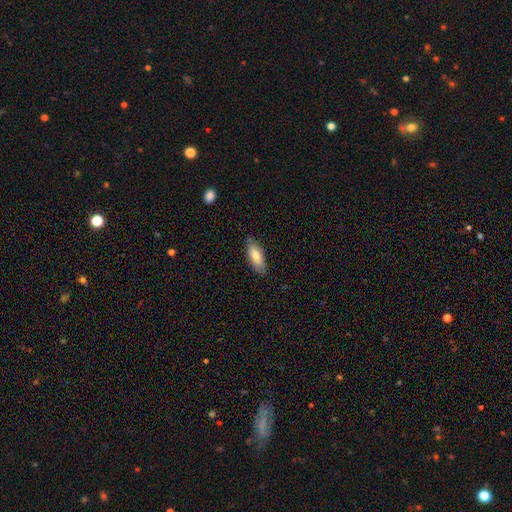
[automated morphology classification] type=smooth (75%); roundness=in between (71%); merging=none (84%).